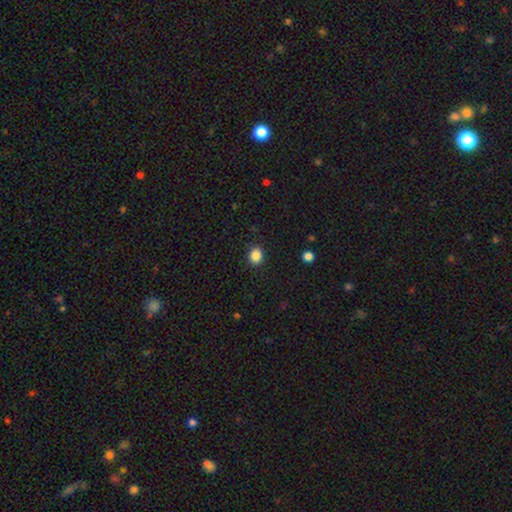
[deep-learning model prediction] smooth 86%, star or artifact 11%, featured or disk 3%. Down the decision tree: how rounded — round (65%); merging — none (90%).